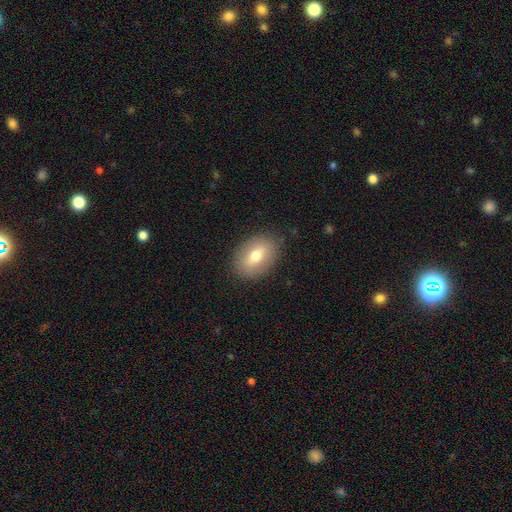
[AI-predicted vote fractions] Smooth or featured? smooth (65%)
How rounded? in between (81%)
Merging? none (85%)